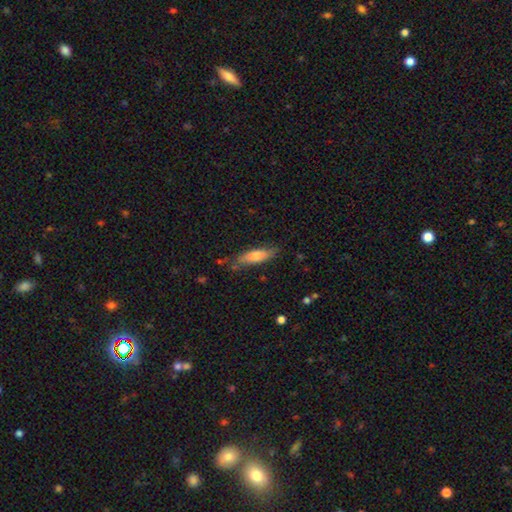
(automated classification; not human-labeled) The model was most divided on "how rounded": cigar-shaped: 57%, in between: 41%, round: 2%. More confident: merging — none (74%); smooth or featured — smooth (73%).